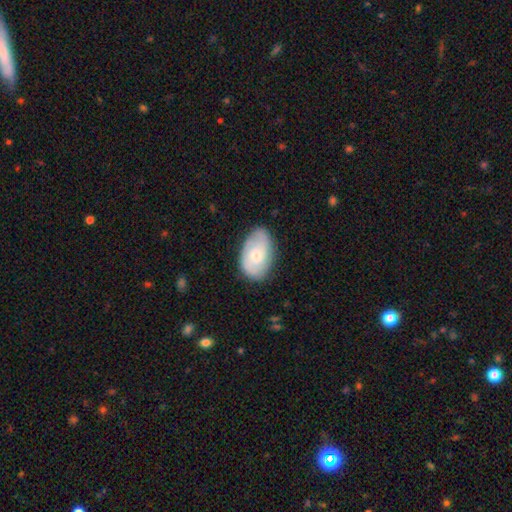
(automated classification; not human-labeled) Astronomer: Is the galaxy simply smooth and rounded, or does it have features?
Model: smooth — 49% (runner-up: featured or disk, 45%).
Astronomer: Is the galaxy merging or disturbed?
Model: none — 74%.